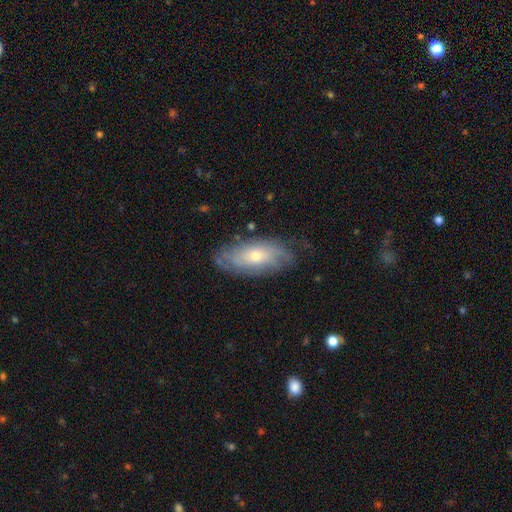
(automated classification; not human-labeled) Smooth or featured? Predicted: featured or disk (p=0.56). Edge-on disk? Predicted: no (p=0.83). Merging? Predicted: none (p=0.70).